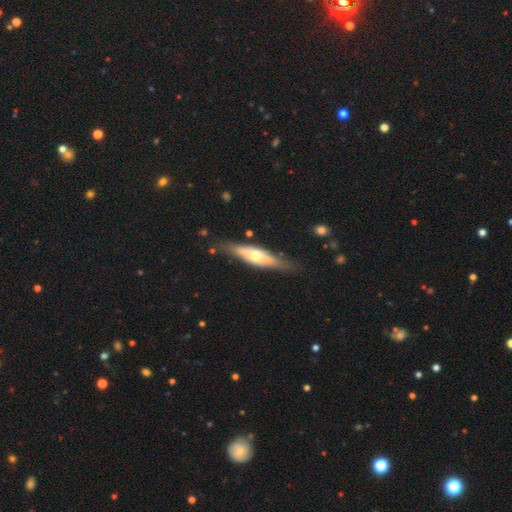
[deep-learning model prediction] Smooth or featured: featured or disk — 53% (smooth — 42%)
Edge-on disk: yes — 81% (no — 19%)
Merging: none — 77% (minor disturbance — 17%)